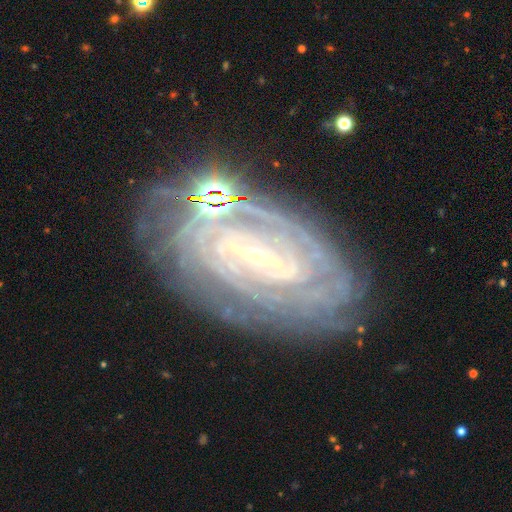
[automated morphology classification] Smooth or featured?
  - featured or disk: 87% *
  - smooth: 7%
  - star or artifact: 6%
Edge-on disk?
  - no: 95% *
  - yes: 5%
Bar?
  - weak: 40% *
  - strong: 38%
  - no: 22%
Spiral arms?
  - yes: 95% *
  - no: 5%
Spiral winding?
  - tight: 81% *
  - medium: 16%
  - loose: 4%
Spiral arm count?
  - can't tell: 36% *
  - 4: 16%
  - 2: 15%
  - more than 4: 13%
  - 3: 12%
  - 1: 6%
Bulge size?
  - small: 82% *
  - moderate: 12%
  - none: 3%
  - large: 2%
  - dominant: 1%
Merging?
  - none: 74% *
  - minor disturbance: 16%
  - major disturbance: 6%
  - merger: 5%